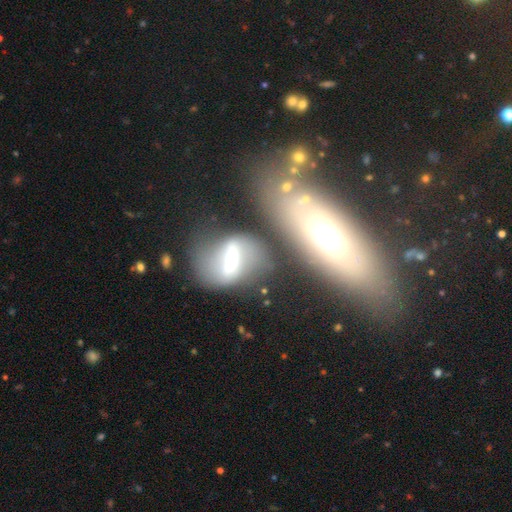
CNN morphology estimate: The model was most divided on "smooth or featured": featured or disk: 53%, smooth: 35%, star or artifact: 12%. More confident: edge-on disk — no (77%); merging — none (53%).